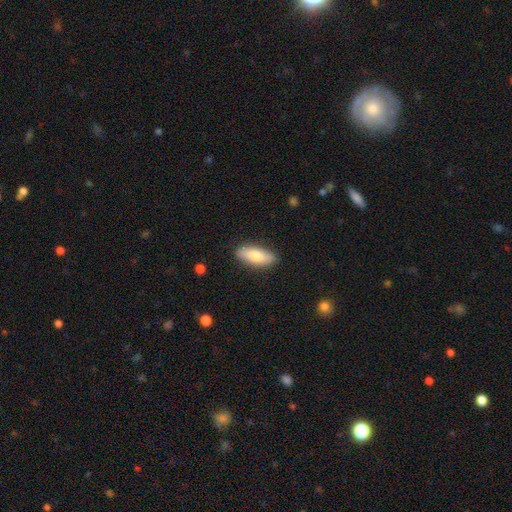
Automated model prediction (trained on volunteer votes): This is likely a smooth galaxy (78%). How rounded: likely in between (75%). Merging: clearly none (87%).